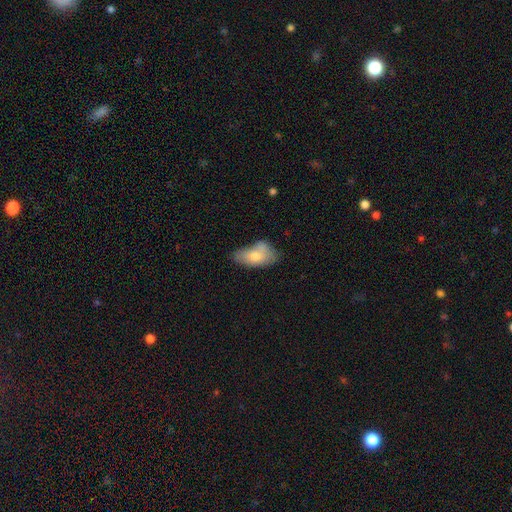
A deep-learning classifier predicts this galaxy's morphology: This appears to be a smooth galaxy with no disk features (70%) that is in between round and cigar-shaped (91%). Merging: none (37%).